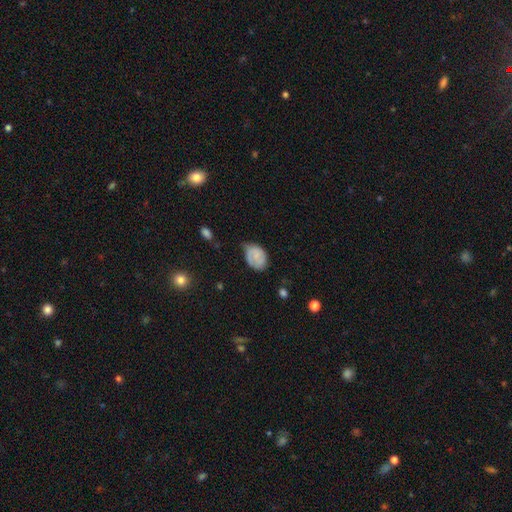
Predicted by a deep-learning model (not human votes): smooth 59%, featured or disk 33%, star or artifact 8%. Down the decision tree: how rounded — in between (68%); merging — none (45%).